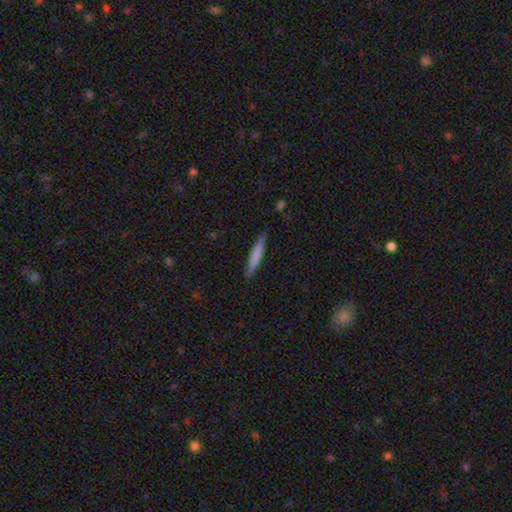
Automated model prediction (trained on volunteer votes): This is likely a smooth galaxy (70%). How rounded: clearly cigar-shaped (95%). Merging: clearly none (88%).